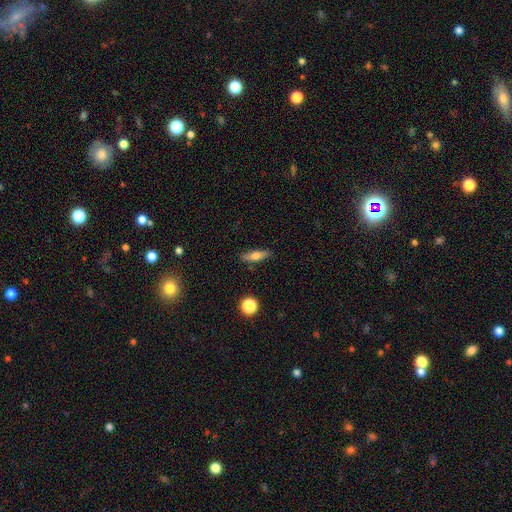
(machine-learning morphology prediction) Smooth or featured? Predicted: smooth (p=0.59). How rounded? Predicted: cigar-shaped (p=0.58). Merging? Predicted: none (p=0.85).